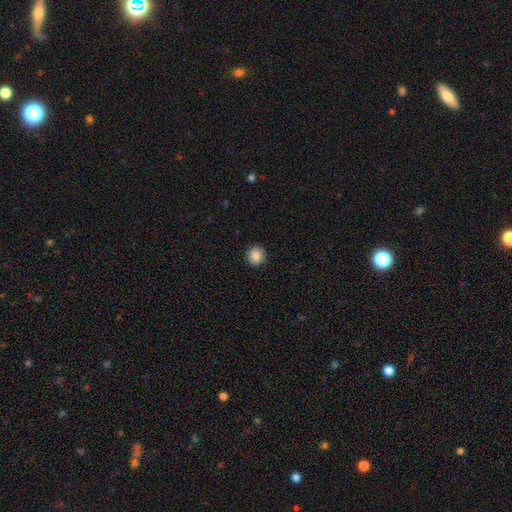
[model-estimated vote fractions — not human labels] Smooth or featured? smooth (86%)
How rounded? round (90%)
Merging? none (92%)